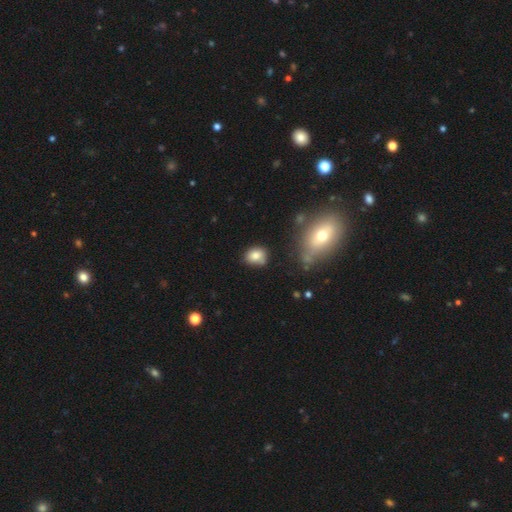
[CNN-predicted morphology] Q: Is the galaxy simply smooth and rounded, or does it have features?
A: smooth — 80%.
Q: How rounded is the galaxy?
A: round — 52%.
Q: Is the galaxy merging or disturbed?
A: none — 67%.